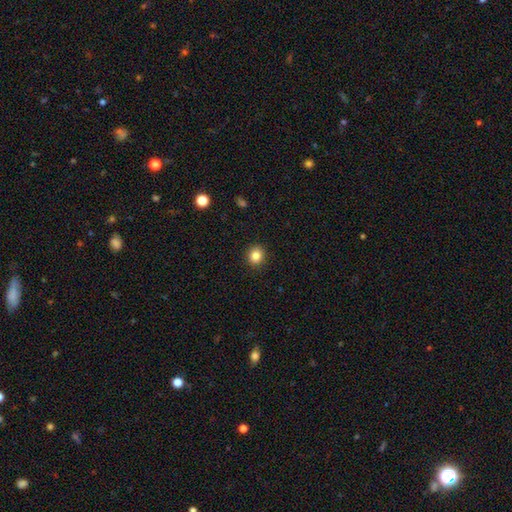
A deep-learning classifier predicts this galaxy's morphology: Q: Smooth or featured?
A: smooth (84%); runner-up: star or artifact (11%)
Q: How rounded?
A: round (86%); runner-up: in between (13%)
Q: Merging?
A: none (92%); runner-up: minor disturbance (5%)